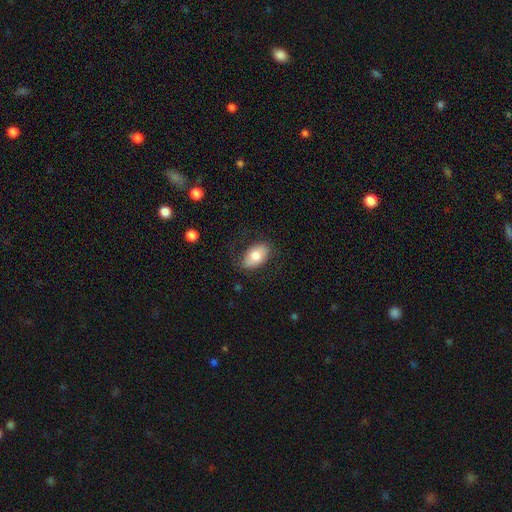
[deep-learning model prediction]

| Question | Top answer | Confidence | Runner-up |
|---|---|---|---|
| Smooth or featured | smooth | 75% | featured or disk (19%) |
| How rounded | in between | 92% | round (7%) |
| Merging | none | 73% | minor disturbance (18%) |